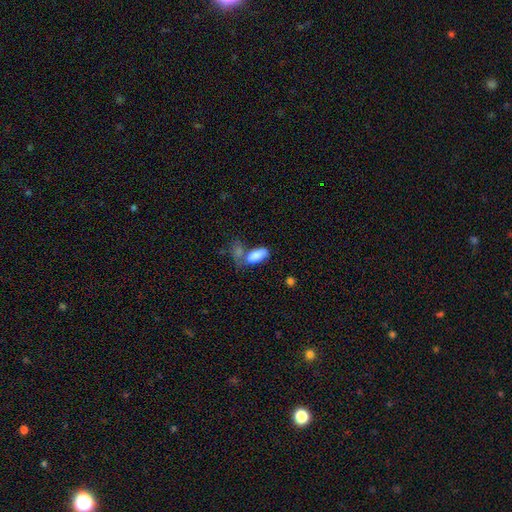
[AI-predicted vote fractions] A smooth galaxy with no disk features (84%) that is in between round and cigar-shaped (87%). Merging: merger (39%).